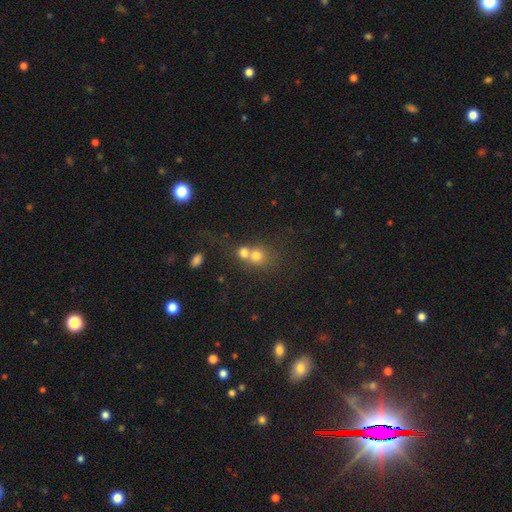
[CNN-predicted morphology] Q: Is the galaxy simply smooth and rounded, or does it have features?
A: smooth — 69%.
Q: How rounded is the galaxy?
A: round — 78%.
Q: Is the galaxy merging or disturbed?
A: merger — 62%.